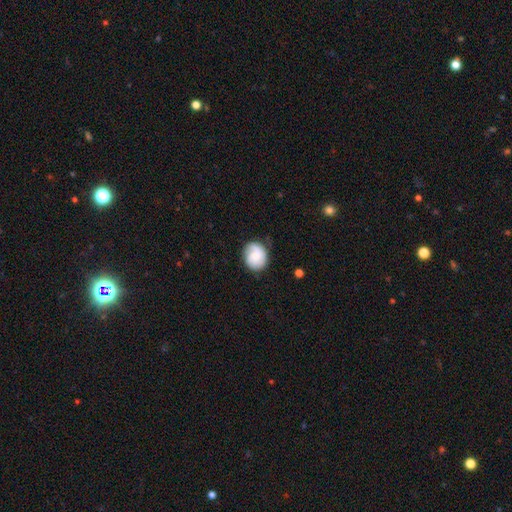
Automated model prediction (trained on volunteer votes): Q: Smooth or featured?
A: smooth (55%); runner-up: featured or disk (37%)
Q: How rounded?
A: round (72%); runner-up: in between (27%)
Q: Merging?
A: none (72%); runner-up: minor disturbance (20%)